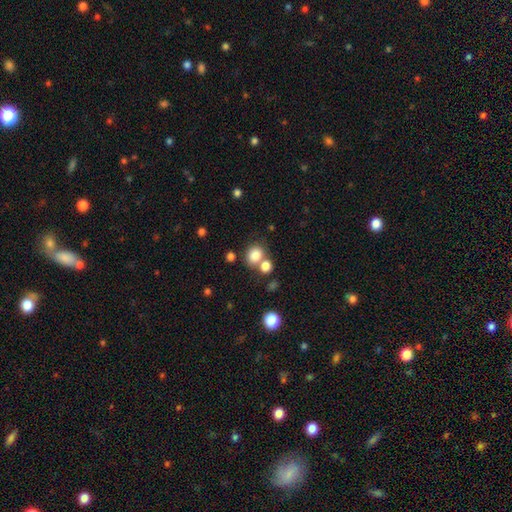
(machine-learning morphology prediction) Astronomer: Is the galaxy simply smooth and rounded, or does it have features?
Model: smooth — 82%.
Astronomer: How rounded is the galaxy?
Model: round — 65%.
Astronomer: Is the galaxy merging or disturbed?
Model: none — 56%.